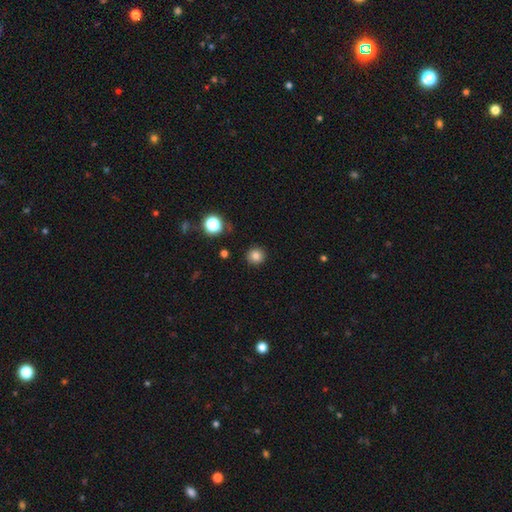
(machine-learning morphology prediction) smooth_or_featured: smooth (p=0.82) [alt: star or artifact p=0.13]
how_rounded: round (p=0.94) [alt: in between p=0.05]
merging: none (p=0.91) [alt: minor disturbance p=0.06]